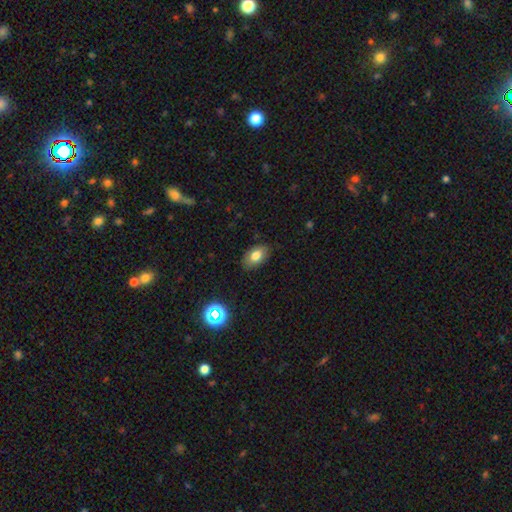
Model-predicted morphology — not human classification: Smooth or featured?
  - smooth: 77% *
  - featured or disk: 13%
  - star or artifact: 10%
How rounded?
  - in between: 89% *
  - round: 10%
  - cigar-shaped: 1%
Merging?
  - none: 84% *
  - minor disturbance: 12%
  - major disturbance: 3%
  - merger: 1%